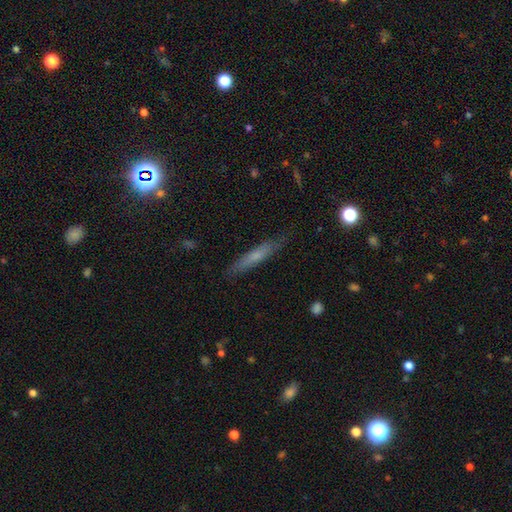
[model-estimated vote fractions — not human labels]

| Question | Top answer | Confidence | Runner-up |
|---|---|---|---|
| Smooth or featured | smooth | 55% | featured or disk (37%) |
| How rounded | cigar-shaped | 91% | in between (7%) |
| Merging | none | 82% | minor disturbance (14%) |